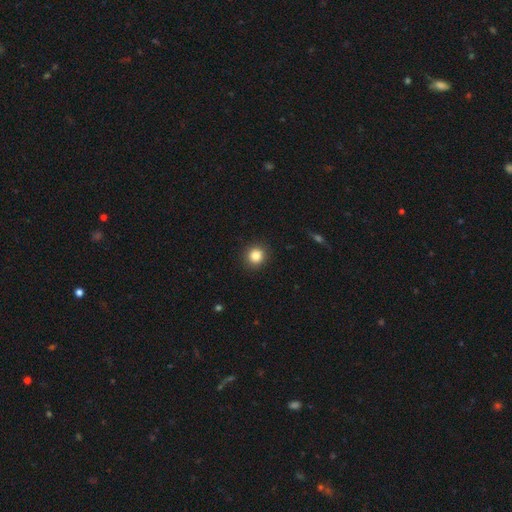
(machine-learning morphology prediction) A smooth galaxy with no disk features (85%) that is round (93%).

Vote fractions:
- Smooth or featured? smooth: 85% / star or artifact: 11% / featured or disk: 5%
- How rounded? round: 93% / in between: 6% / cigar-shaped: 1%
- Merging? none: 92% / minor disturbance: 5% / major disturbance: 2% / merger: 1%